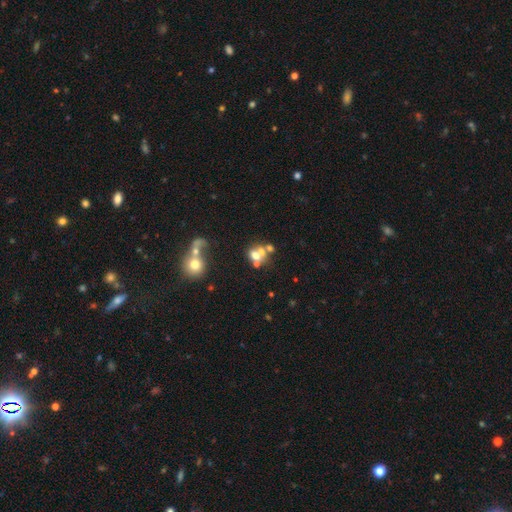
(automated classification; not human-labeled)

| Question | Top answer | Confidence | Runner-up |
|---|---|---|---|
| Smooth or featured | smooth | 53% | featured or disk (28%) |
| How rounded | round | 56% | in between (42%) |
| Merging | merger | 53% | none (29%) |